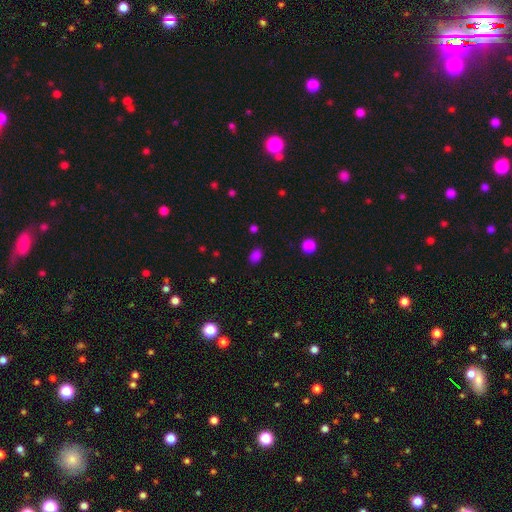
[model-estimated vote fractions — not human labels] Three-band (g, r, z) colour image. It shows a smooth galaxy with no disk features (81%) that is in between round and cigar-shaped (76%). Merging: none (85%).